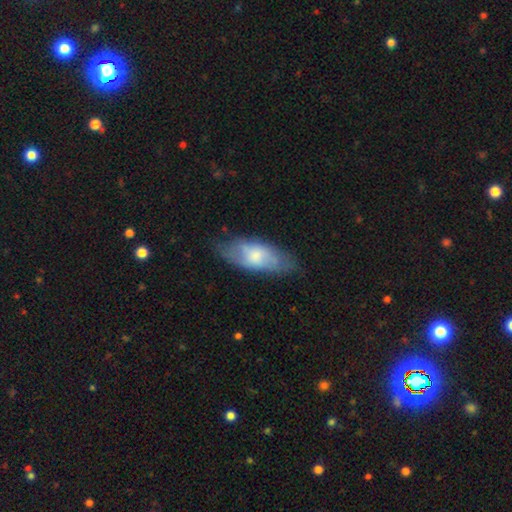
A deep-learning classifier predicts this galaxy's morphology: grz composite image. It shows a smooth galaxy with no disk features (56%) that is in between round and cigar-shaped (82%). Merging: none (66%).